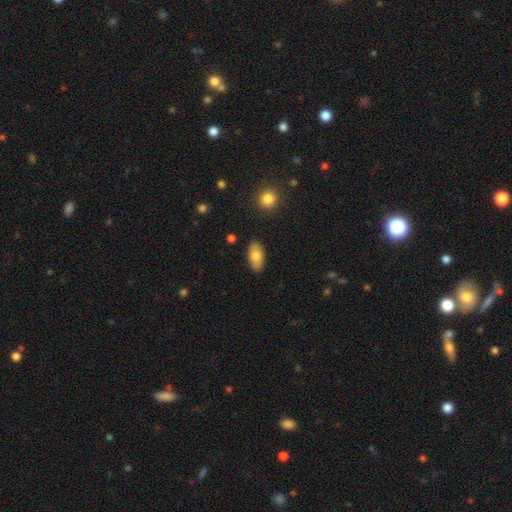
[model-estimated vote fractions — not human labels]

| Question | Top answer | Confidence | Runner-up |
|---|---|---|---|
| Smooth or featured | smooth | 78% | featured or disk (15%) |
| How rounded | in between | 92% | cigar-shaped (4%) |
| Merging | none | 86% | minor disturbance (10%) |